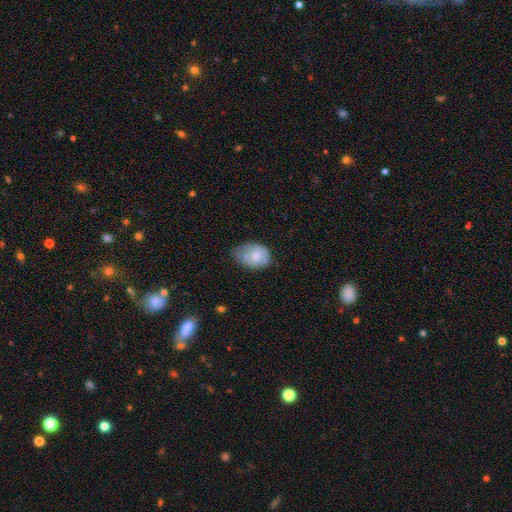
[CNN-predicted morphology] Smooth or featured? smooth (69%)
How rounded? in between (77%)
Merging? minor disturbance (44%)